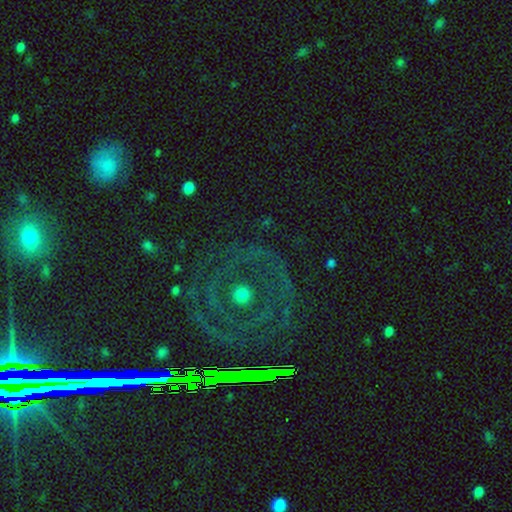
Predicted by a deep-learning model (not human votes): Smooth or featured? Predicted: featured or disk (p=0.51). Edge-on disk? Predicted: no (p=0.89). Merging? Predicted: none (p=0.79).